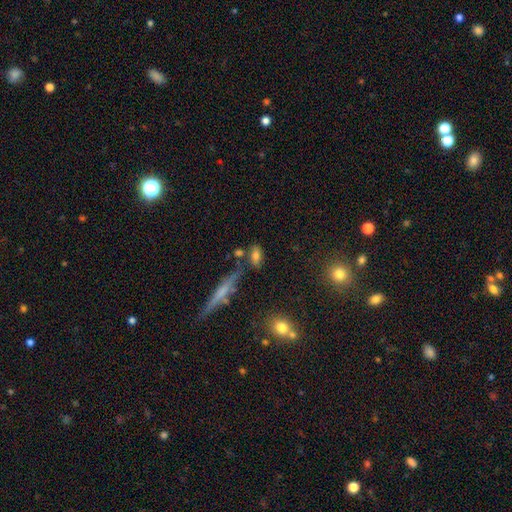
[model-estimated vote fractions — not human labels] Overall: smooth (71%). How rounded: in between (80%). Merging: none (65%).